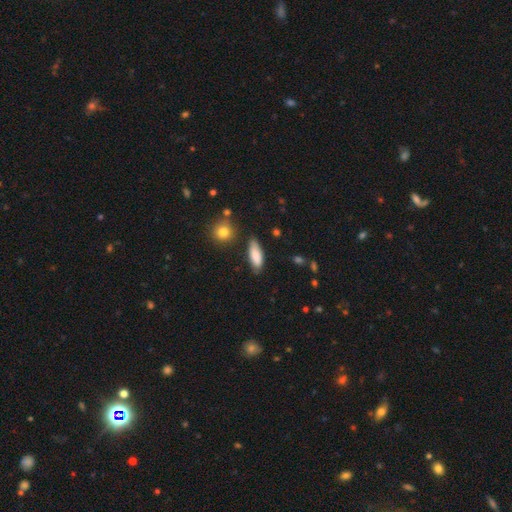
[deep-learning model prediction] Smooth or featured: smooth — 84% (featured or disk — 9%)
How rounded: in between — 71% (cigar-shaped — 26%)
Merging: none — 75% (minor disturbance — 19%)